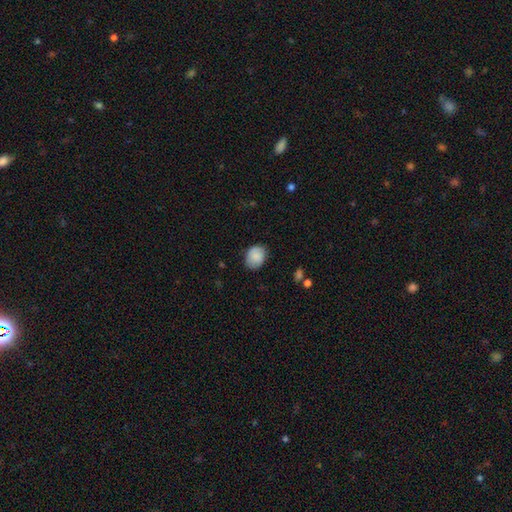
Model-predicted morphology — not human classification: A smooth galaxy with no disk features (84%) that is in between round and cigar-shaped (55%). Merging: none (75%).